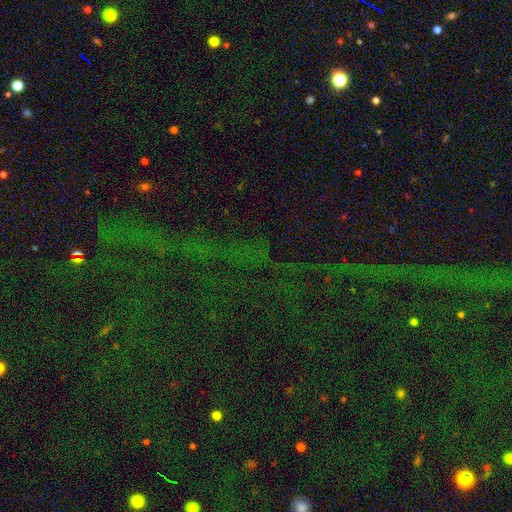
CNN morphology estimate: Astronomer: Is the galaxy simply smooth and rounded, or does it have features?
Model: star or artifact — 79%.